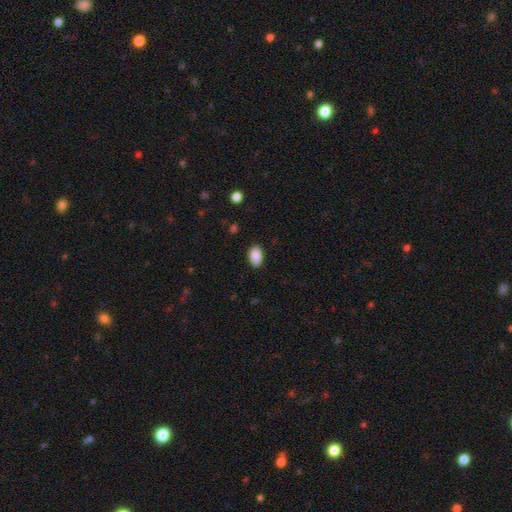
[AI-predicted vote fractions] This is clearly a smooth galaxy (89%). How rounded: clearly in between (91%). Merging: clearly none (87%).